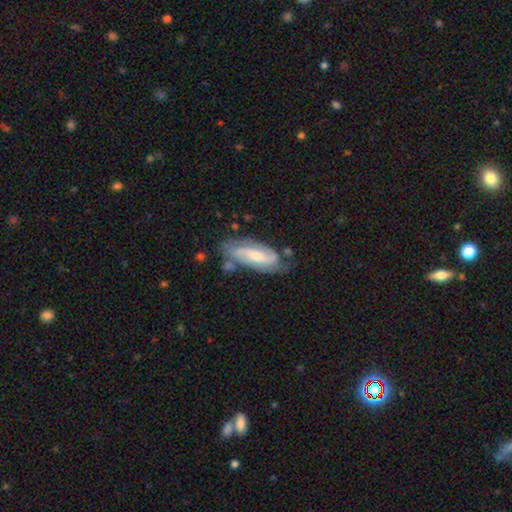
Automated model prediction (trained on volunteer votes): Morphology: type=featured or disk (69%); edge-on=no (89%); bar=weak (42%); spiral arms=yes (92%); winding=medium (44%); arm count=2 (77%); bulge=moderate (46%); merging=none (60%).